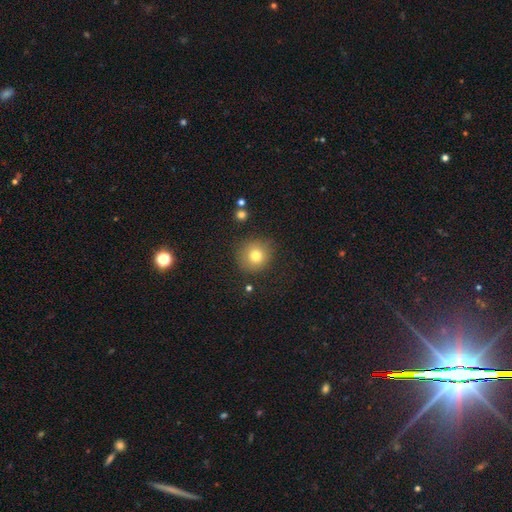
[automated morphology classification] type=smooth (77%); roundness=round (92%); merging=none (84%).